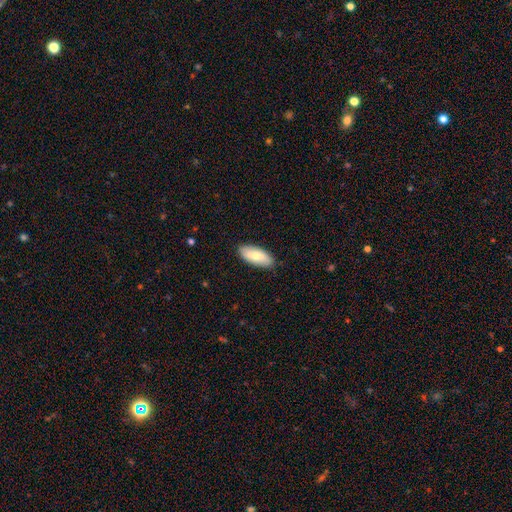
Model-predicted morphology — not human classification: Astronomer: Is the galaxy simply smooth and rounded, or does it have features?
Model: smooth — 75%.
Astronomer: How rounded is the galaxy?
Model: in between — 85%.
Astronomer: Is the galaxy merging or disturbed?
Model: none — 87%.